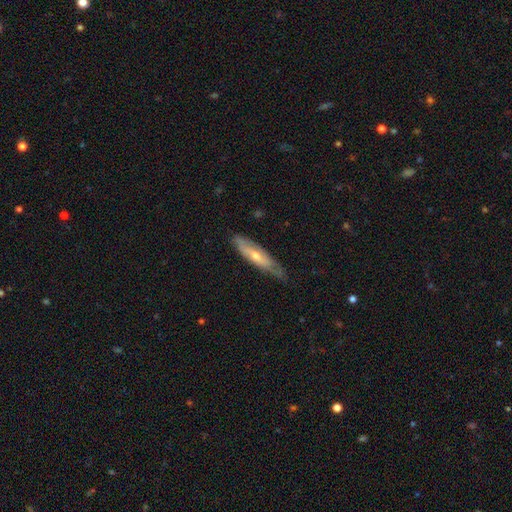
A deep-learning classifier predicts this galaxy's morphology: Smooth or featured: featured or disk — 56% (smooth — 38%)
Edge-on disk: yes — 54% (no — 46%)
Merging: none — 67% (minor disturbance — 26%)